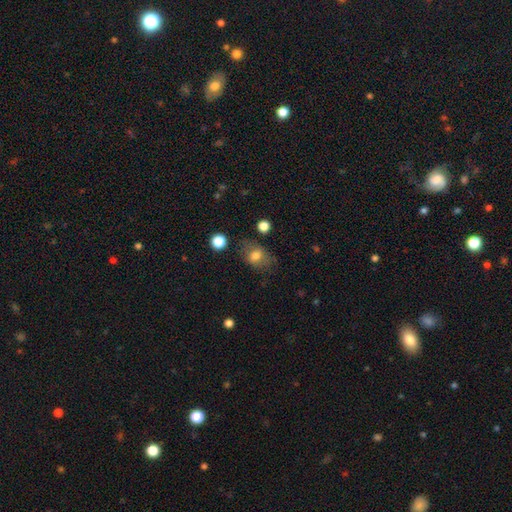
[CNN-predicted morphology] smooth-or-featured: smooth: 74% | featured or disk: 15% | star or artifact: 11%
  how-rounded: in between: 64% | round: 35% | cigar-shaped: 2%
  merging: none: 66% | minor disturbance: 22% | major disturbance: 10% | merger: 3%